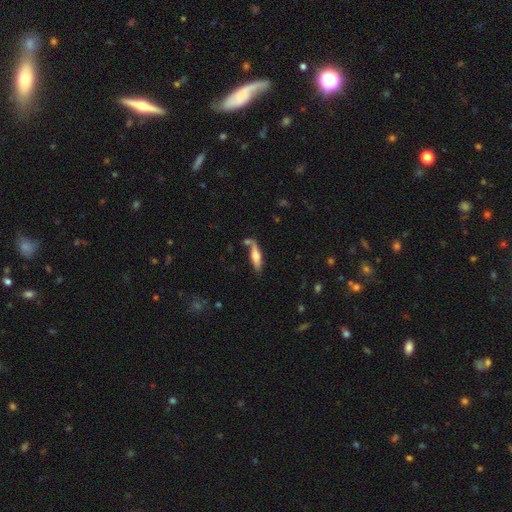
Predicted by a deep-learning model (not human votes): smooth 54%, featured or disk 40%, star or artifact 6%. Down the decision tree: how rounded — cigar-shaped (70%); merging — none (61%).